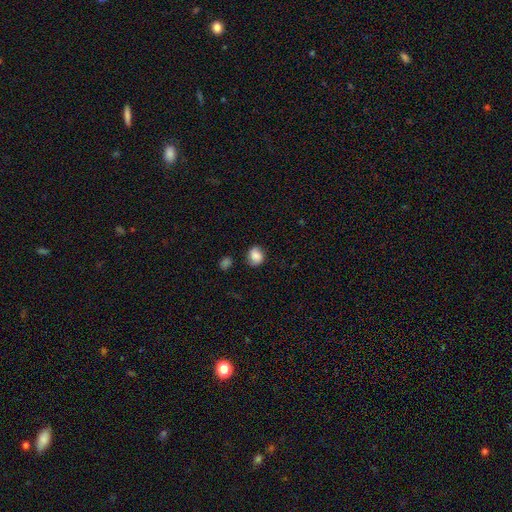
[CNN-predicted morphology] This appears to be a smooth galaxy with no disk features (79%) that is round (62%). Merging: none (72%).